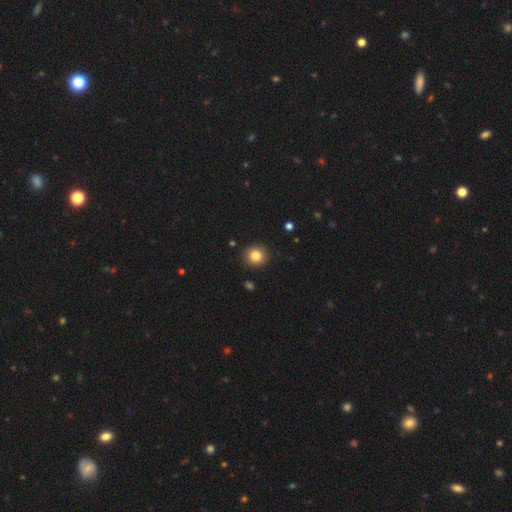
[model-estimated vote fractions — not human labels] smooth-or-featured: smooth: 83% | star or artifact: 11% | featured or disk: 6%
  how-rounded: round: 89% | in between: 10% | cigar-shaped: 1%
  merging: none: 90% | minor disturbance: 7% | major disturbance: 2% | merger: 1%